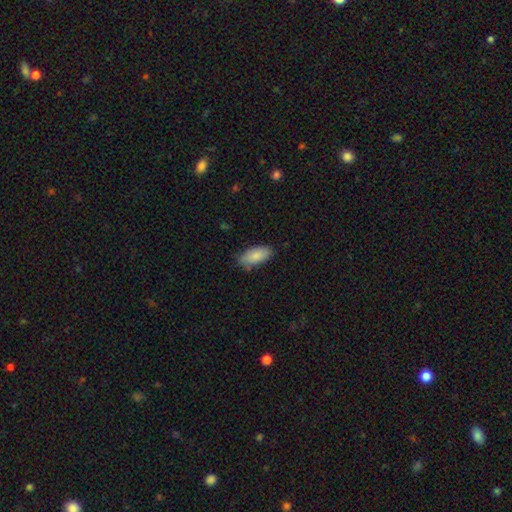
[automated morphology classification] This appears to be a smooth galaxy with no disk features (86%) that is in between round and cigar-shaped (91%). Merging: none (74%).